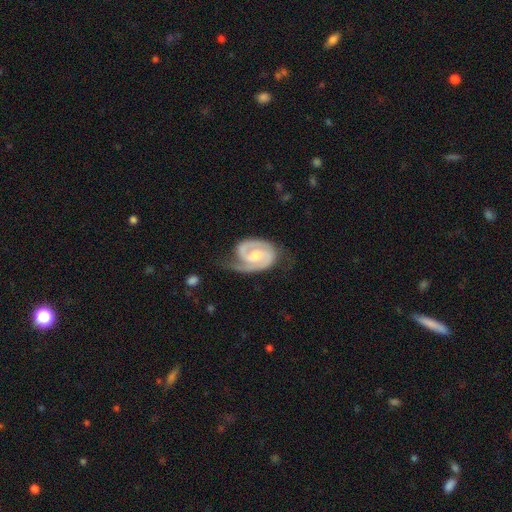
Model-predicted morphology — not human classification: Smooth or featured? Predicted: featured or disk (p=0.91). Edge-on disk? Predicted: no (p=0.98). Bar? Predicted: weak (p=0.48). Spiral arms? Predicted: yes (p=0.98). Spiral winding? Predicted: tight (p=0.47). Spiral arm count? Predicted: 2 (p=0.84). Bulge size? Predicted: moderate (p=0.59). Merging? Predicted: none (p=0.61).